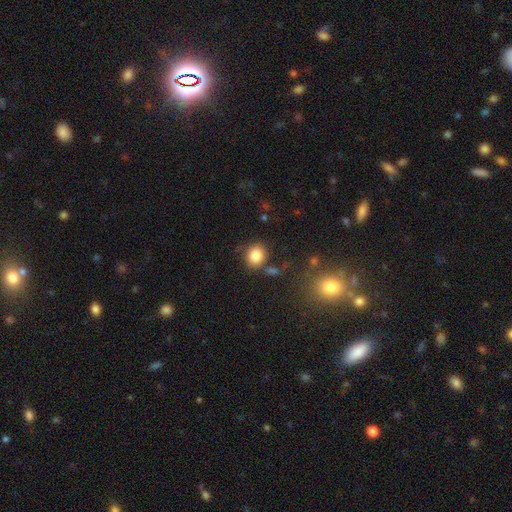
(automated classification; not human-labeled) This appears to be a smooth galaxy with no disk features (84%) that is round (69%). Merging: none (74%).